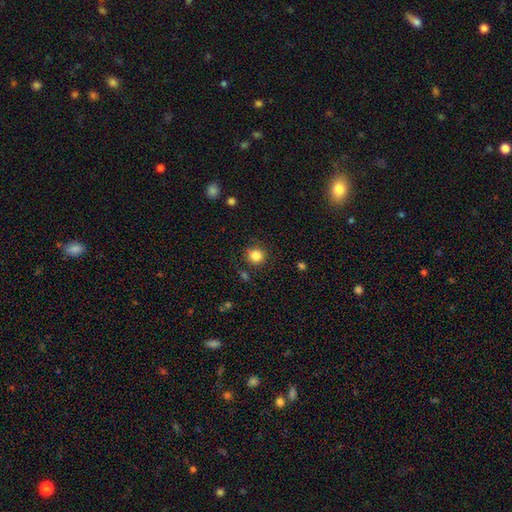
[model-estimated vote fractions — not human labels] smooth 85%, star or artifact 11%, featured or disk 4%. Down the decision tree: how rounded — round (89%); merging — none (87%).